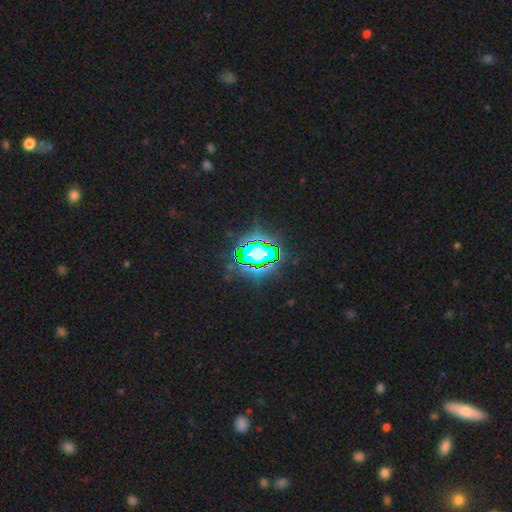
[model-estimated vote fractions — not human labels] The model was most divided on "smooth or featured": star or artifact: 69%, smooth: 17%, featured or disk: 14%.